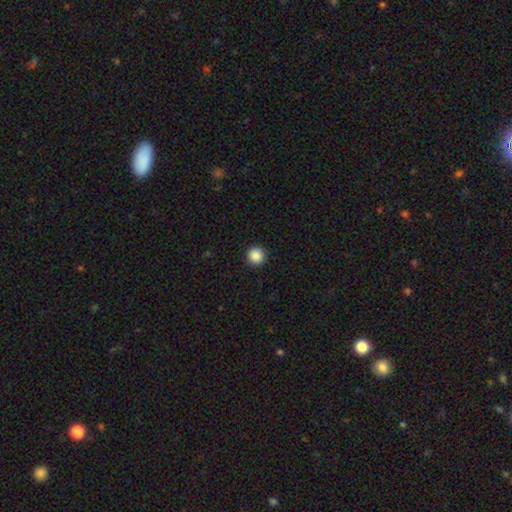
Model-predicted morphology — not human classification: Smooth or featured: smooth — 88% (star or artifact — 10%)
How rounded: round — 96% (in between — 3%)
Merging: none — 93% (minor disturbance — 4%)